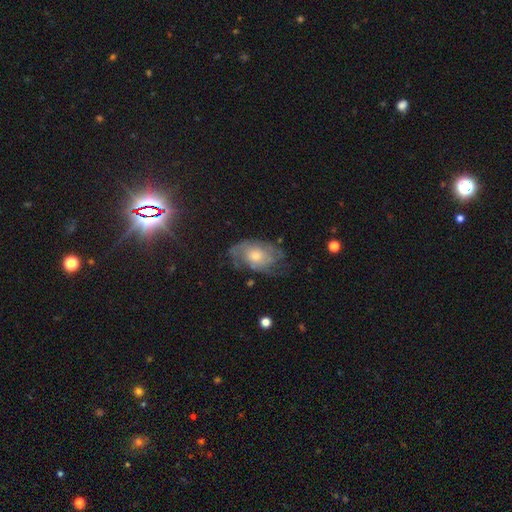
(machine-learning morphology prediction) A featured or disk galaxy (66%) with no bar (81%), tight (48%) spiral arms (83%) and a moderate central bulge (56%).

Vote fractions:
- Smooth or featured? featured or disk: 66% / smooth: 23% / star or artifact: 11%
- Edge-on disk? no: 95% / yes: 5%
- Bar? no: 81% / weak: 17% / strong: 2%
- Spiral arms? yes: 83% / no: 17%
- Spiral winding? tight: 48% / medium: 36% / loose: 16%
- Spiral arm count? can't tell: 50% / 2: 23% / 3: 12% / 1: 6% / 4: 5% / more than 4: 4%
- Bulge size? moderate: 56% / small: 34% / large: 6% / none: 2% / dominant: 1%
- Merging? none: 63% / minor disturbance: 23% / major disturbance: 12% / merger: 2%